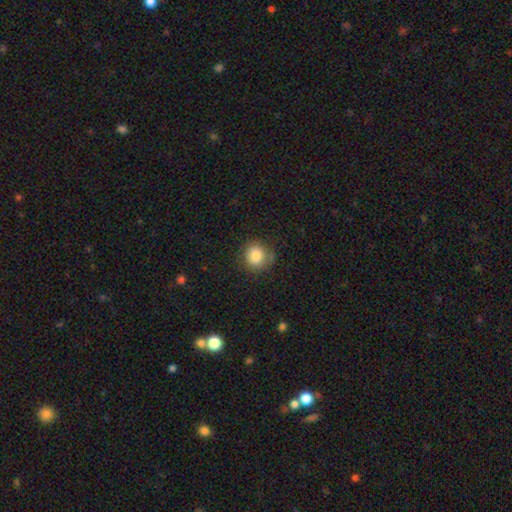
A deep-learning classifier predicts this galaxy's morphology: A smooth galaxy with no disk features (84%) that is round (87%).

Vote fractions:
- Smooth or featured? smooth: 84% / star or artifact: 10% / featured or disk: 6%
- How rounded? round: 87% / in between: 12% / cigar-shaped: 1%
- Merging? none: 76% / minor disturbance: 17% / major disturbance: 5% / merger: 2%